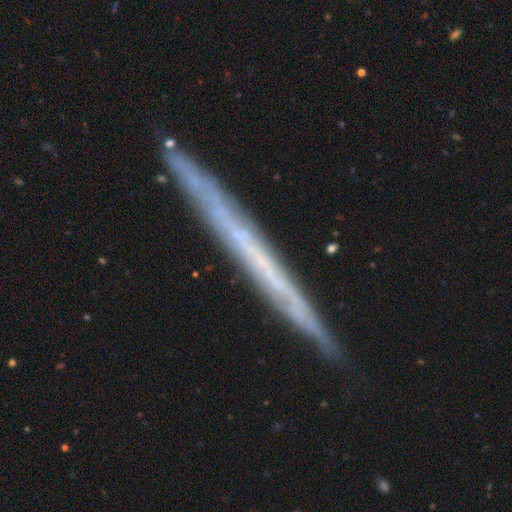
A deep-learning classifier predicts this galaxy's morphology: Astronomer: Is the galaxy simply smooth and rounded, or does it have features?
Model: featured or disk — 63%.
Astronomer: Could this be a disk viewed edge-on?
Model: yes — 95%.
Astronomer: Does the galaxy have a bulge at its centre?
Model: none — 93%.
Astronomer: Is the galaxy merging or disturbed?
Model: none — 89%.